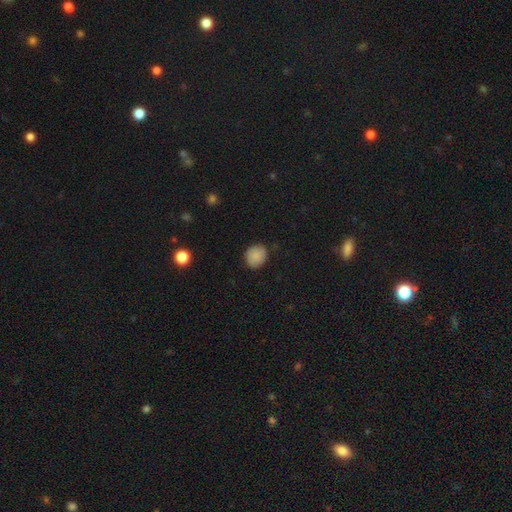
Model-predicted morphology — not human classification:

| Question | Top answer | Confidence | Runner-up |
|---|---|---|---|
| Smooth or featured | smooth | 85% | star or artifact (8%) |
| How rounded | round | 78% | in between (21%) |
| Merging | none | 84% | minor disturbance (12%) |